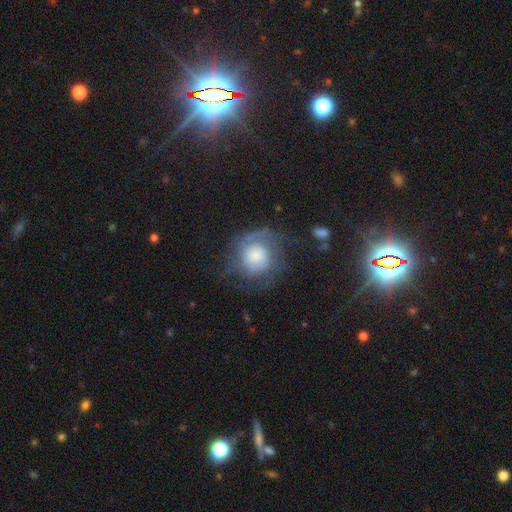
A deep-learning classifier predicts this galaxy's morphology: Overall: featured or disk (55%; smooth 37%). Edge-on disk: no (97%). Bar: no (78%). Spiral arms: yes (80%). Bulge size: small (34%; moderate 30%). Merging: none (54%; major disturbance 23%).